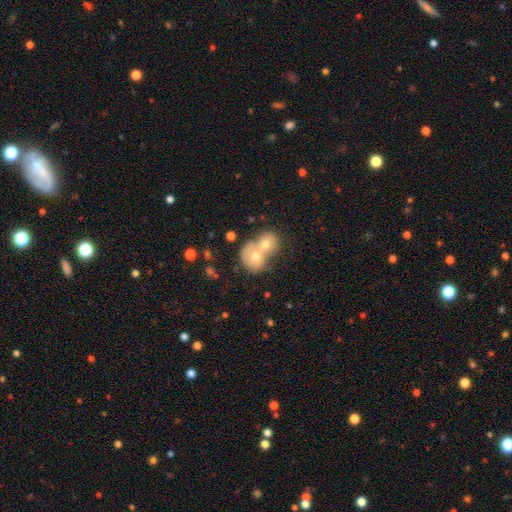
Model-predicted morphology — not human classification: smooth-or-featured: smooth: 56% | featured or disk: 33% | star or artifact: 10%
  how-rounded: round: 64% | in between: 35% | cigar-shaped: 1%
  merging: merger: 76% | none: 16% | minor disturbance: 5% | major disturbance: 3%